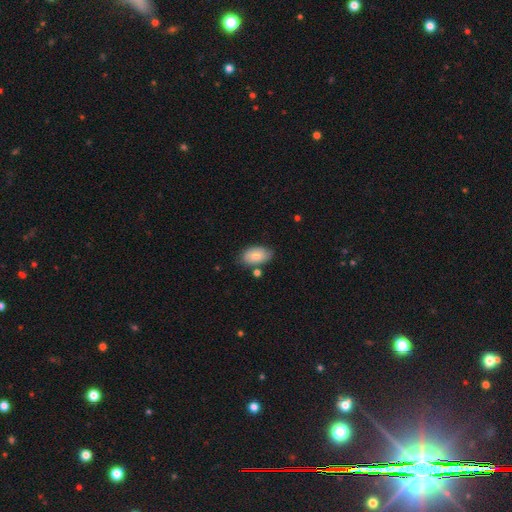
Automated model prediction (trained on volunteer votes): smooth_or_featured: smooth (p=0.79) [alt: featured or disk p=0.14]
how_rounded: in between (p=0.93) [alt: round p=0.06]
merging: none (p=0.72) [alt: minor disturbance p=0.17]